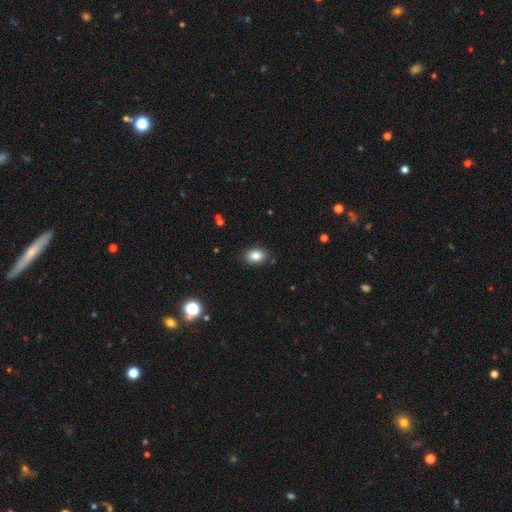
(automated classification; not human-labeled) Smooth or featured? Predicted: smooth (p=0.84). How rounded? Predicted: in between (p=0.78). Merging? Predicted: none (p=0.86).